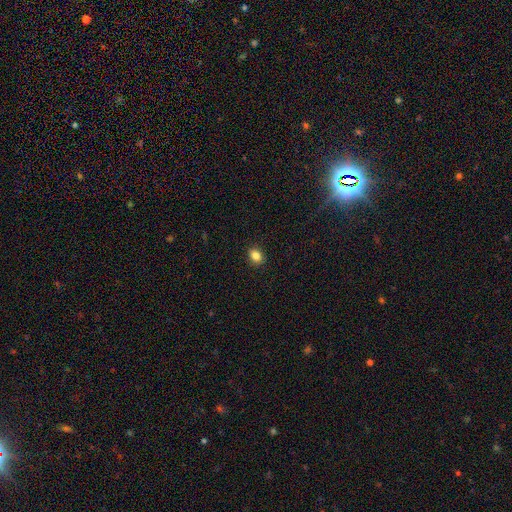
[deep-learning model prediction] smooth 85%, star or artifact 10%, featured or disk 4%. Down the decision tree: how rounded — in between (53%); merging — none (90%).